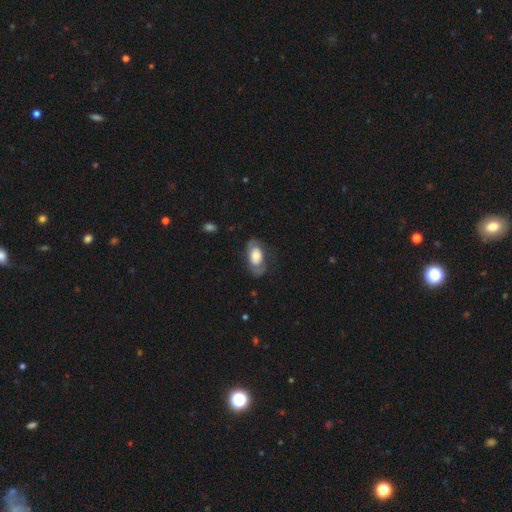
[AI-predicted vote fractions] Smooth or featured: smooth — 49% (featured or disk — 45%)
Merging: none — 66% (minor disturbance — 20%)